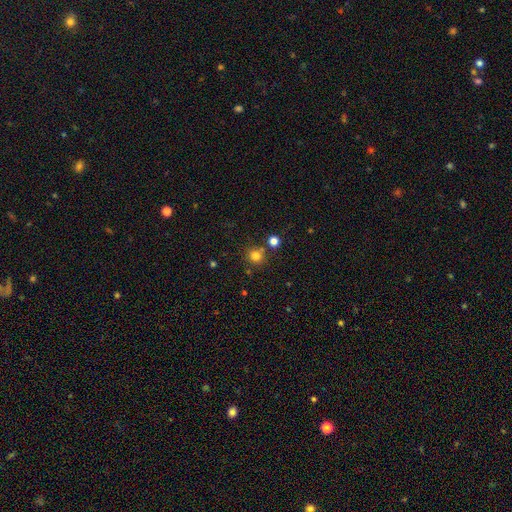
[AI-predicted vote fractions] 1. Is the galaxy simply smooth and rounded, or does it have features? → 78% smooth, 16% star or artifact, 6% featured or disk.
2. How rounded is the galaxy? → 90% round, 9% in between, 1% cigar-shaped.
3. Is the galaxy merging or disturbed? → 74% none, 14% merger, 9% minor disturbance, 3% major disturbance.